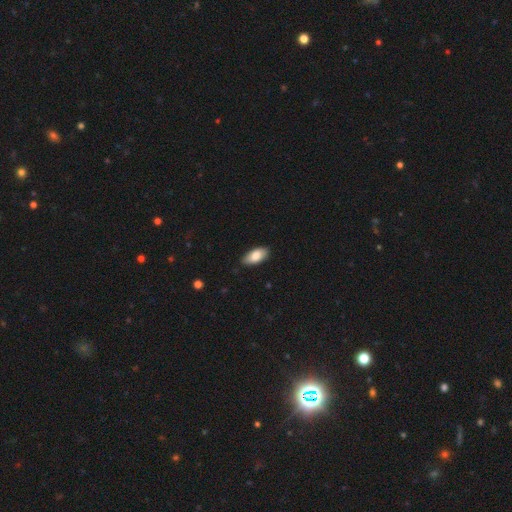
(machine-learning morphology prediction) Q: Smooth or featured?
A: smooth (82%); runner-up: featured or disk (12%)
Q: How rounded?
A: in between (92%); runner-up: cigar-shaped (6%)
Q: Merging?
A: none (84%); runner-up: minor disturbance (13%)